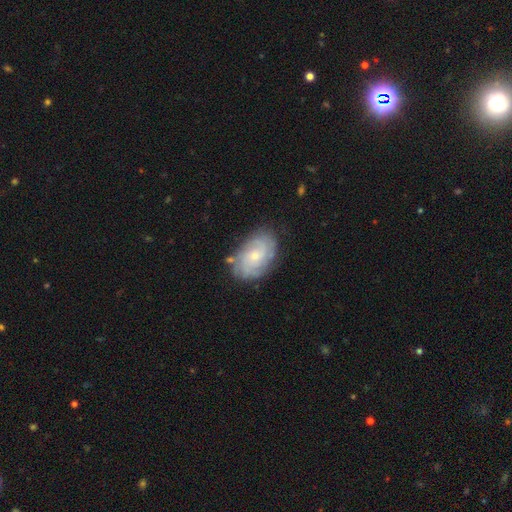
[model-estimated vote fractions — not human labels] Q: Smooth or featured?
A: featured or disk (75%); runner-up: smooth (19%)
Q: Edge-on disk?
A: no (97%); runner-up: yes (3%)
Q: Bar?
A: no (73%); runner-up: weak (24%)
Q: Spiral arms?
A: yes (92%); runner-up: no (8%)
Q: Spiral winding?
A: tight (64%); runner-up: medium (28%)
Q: Spiral arm count?
A: can't tell (41%); runner-up: 2 (18%)
Q: Bulge size?
A: small (68%); runner-up: moderate (27%)
Q: Merging?
A: none (76%); runner-up: minor disturbance (17%)